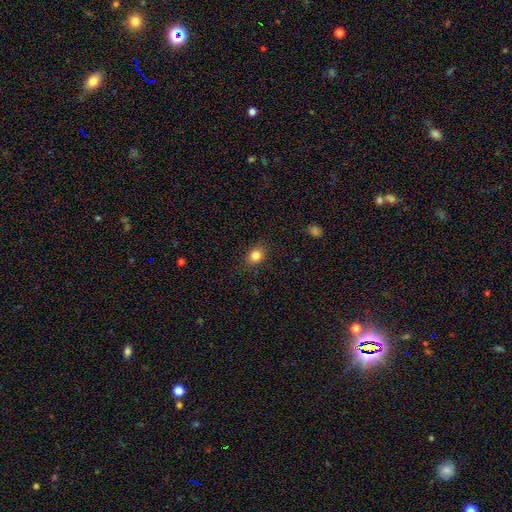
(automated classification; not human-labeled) This is clearly a smooth galaxy (83%). How rounded: possibly round (52%). Merging: clearly none (87%).